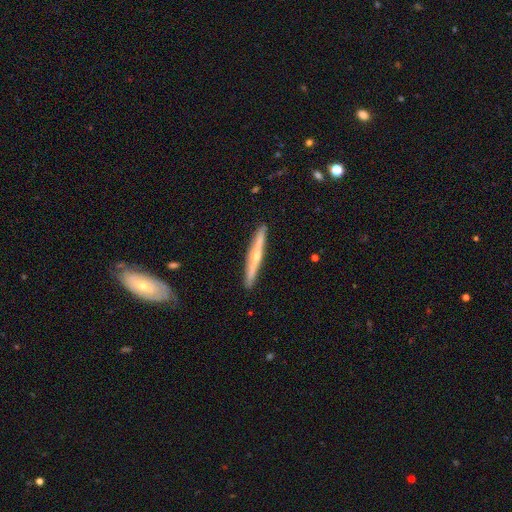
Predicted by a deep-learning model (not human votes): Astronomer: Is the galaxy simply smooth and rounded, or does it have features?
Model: featured or disk — 71%.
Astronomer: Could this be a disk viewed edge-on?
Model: yes — 97%.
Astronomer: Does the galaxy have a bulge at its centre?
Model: rounded — 85%.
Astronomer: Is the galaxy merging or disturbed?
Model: none — 91%.